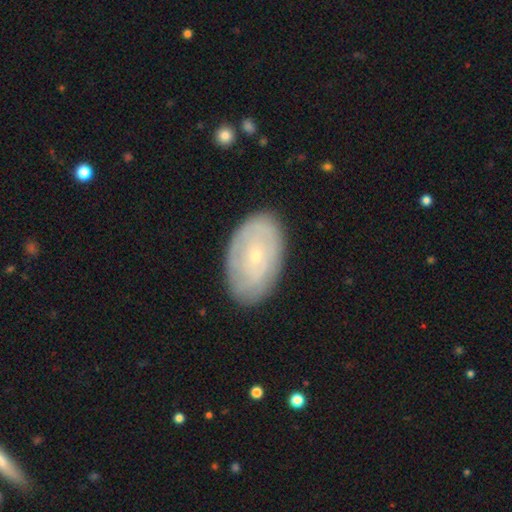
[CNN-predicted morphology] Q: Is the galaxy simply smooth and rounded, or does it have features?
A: featured or disk — 57%.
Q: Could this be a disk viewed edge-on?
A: no — 94%.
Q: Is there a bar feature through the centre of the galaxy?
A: no — 82%.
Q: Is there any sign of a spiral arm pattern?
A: yes — 59%.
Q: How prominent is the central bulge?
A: small — 83%.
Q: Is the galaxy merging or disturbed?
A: none — 83%.